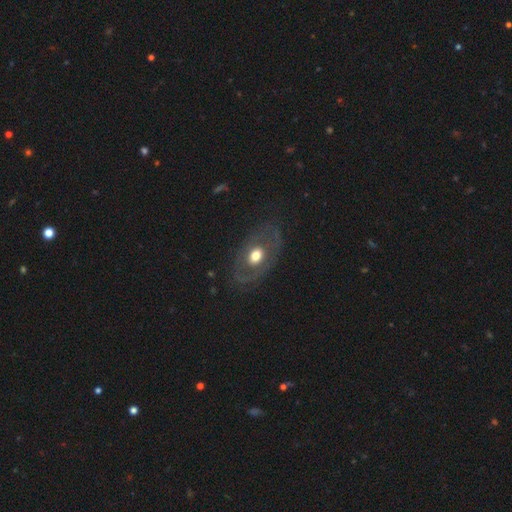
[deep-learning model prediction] Q: Smooth or featured?
A: featured or disk (57%); runner-up: smooth (36%)
Q: Edge-on disk?
A: no (92%); runner-up: yes (8%)
Q: Bar?
A: no (86%); runner-up: weak (10%)
Q: Spiral arms?
A: no (73%); runner-up: yes (27%)
Q: Bulge size?
A: moderate (62%); runner-up: large (30%)
Q: Merging?
A: none (76%); runner-up: minor disturbance (15%)